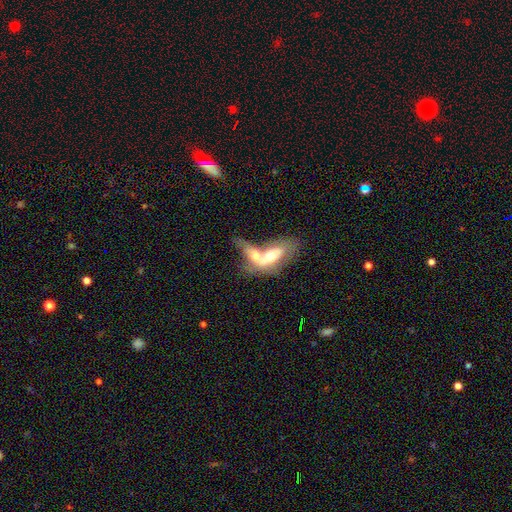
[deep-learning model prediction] smooth_or_featured: smooth (p=0.49) [alt: featured or disk p=0.45]
merging: merger (p=0.80) [alt: none p=0.08]